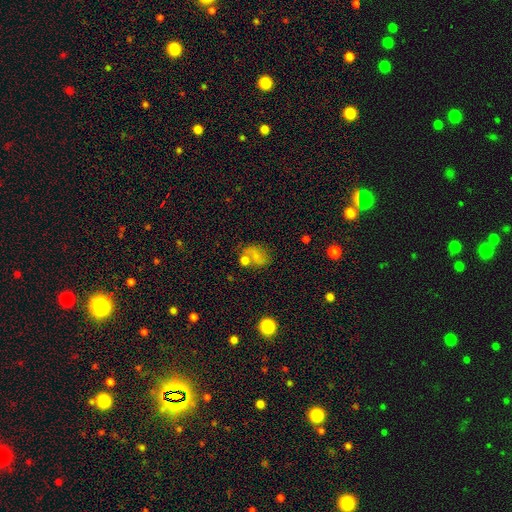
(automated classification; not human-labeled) smooth-or-featured: smooth: 55% | featured or disk: 27% | star or artifact: 18%
  how-rounded: in between: 63% | round: 35% | cigar-shaped: 2%
  merging: none: 40% | merger: 25% | minor disturbance: 19% | major disturbance: 15%